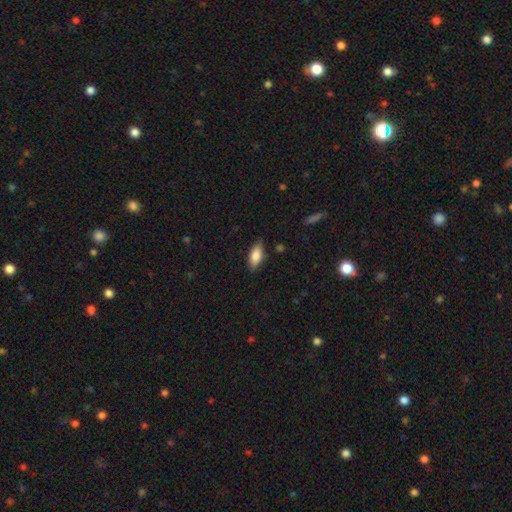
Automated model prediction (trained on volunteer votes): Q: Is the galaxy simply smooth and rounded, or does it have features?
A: smooth — 84%.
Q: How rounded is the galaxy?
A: in between — 87%.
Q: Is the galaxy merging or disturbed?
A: none — 83%.